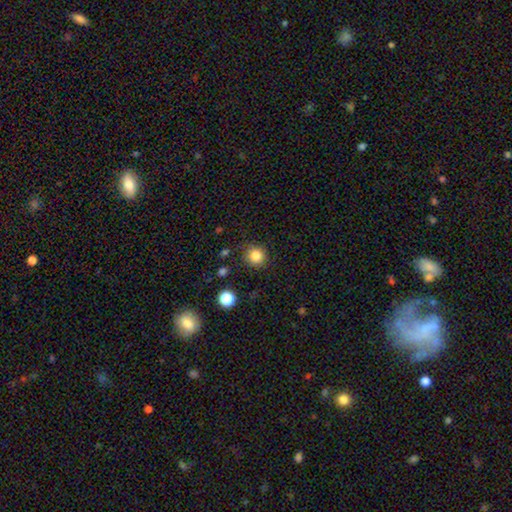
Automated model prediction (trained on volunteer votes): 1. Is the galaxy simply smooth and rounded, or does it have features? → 83% smooth, 12% star or artifact, 5% featured or disk.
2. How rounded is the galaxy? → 89% round, 10% in between, 1% cigar-shaped.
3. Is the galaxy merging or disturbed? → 88% none, 8% minor disturbance, 3% major disturbance, 2% merger.